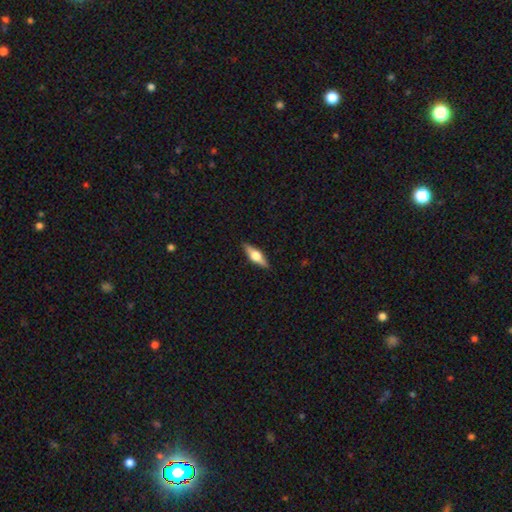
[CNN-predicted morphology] type=featured or disk (61%); edge-on=yes (96%); edge-on bulge=rounded (94%); merging=none (90%).